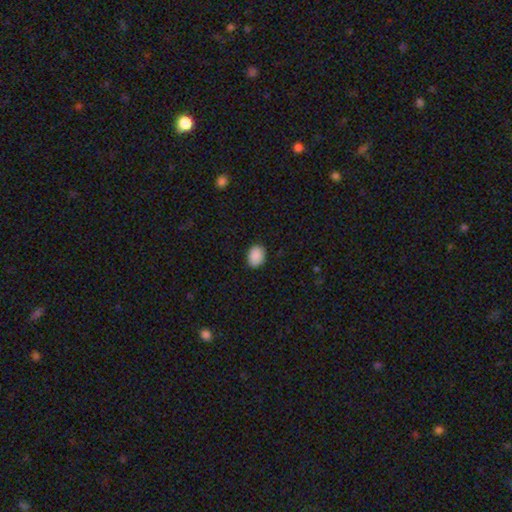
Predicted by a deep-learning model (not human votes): Smooth or featured? smooth (90%)
How rounded? in between (68%)
Merging? none (87%)